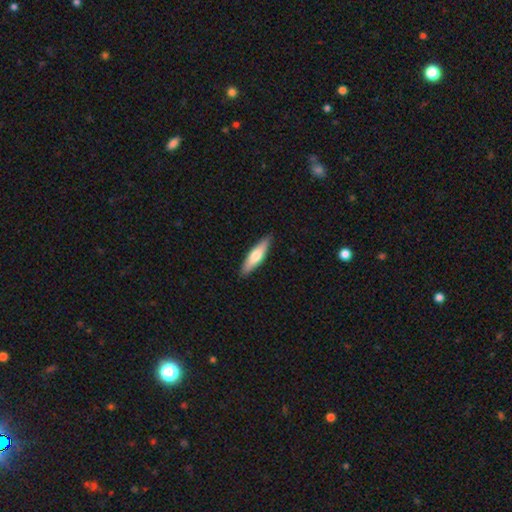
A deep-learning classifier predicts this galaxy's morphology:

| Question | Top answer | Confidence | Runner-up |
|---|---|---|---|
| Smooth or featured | smooth | 61% | featured or disk (34%) |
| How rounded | cigar-shaped | 71% | in between (28%) |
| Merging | none | 90% | minor disturbance (8%) |